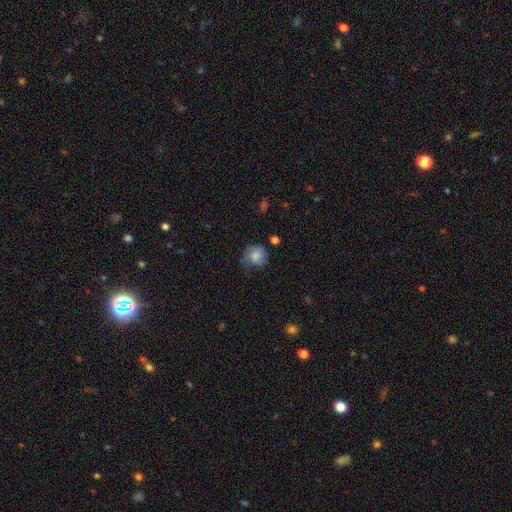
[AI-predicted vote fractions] Overall: smooth (68%). How rounded: round (76%). Merging: none (48%; minor disturbance 30%).